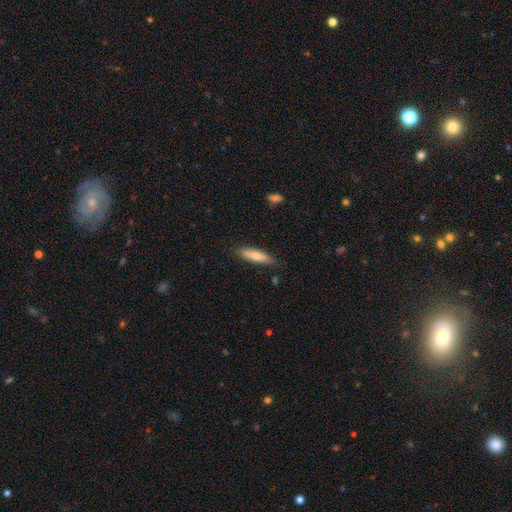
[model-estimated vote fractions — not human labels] Q: Smooth or featured?
A: smooth (71%); runner-up: featured or disk (23%)
Q: How rounded?
A: cigar-shaped (73%); runner-up: in between (26%)
Q: Merging?
A: none (81%); runner-up: minor disturbance (15%)